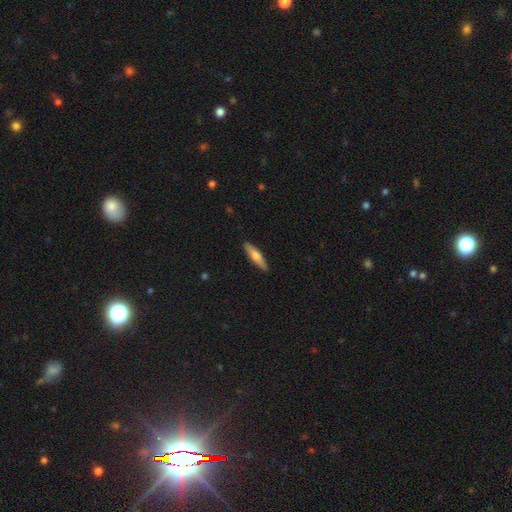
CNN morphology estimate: Smooth or featured?
  - smooth: 63% *
  - featured or disk: 31%
  - star or artifact: 5%
How rounded?
  - cigar-shaped: 79% *
  - in between: 19%
  - round: 2%
Merging?
  - none: 90% *
  - minor disturbance: 8%
  - major disturbance: 2%
  - merger: 1%